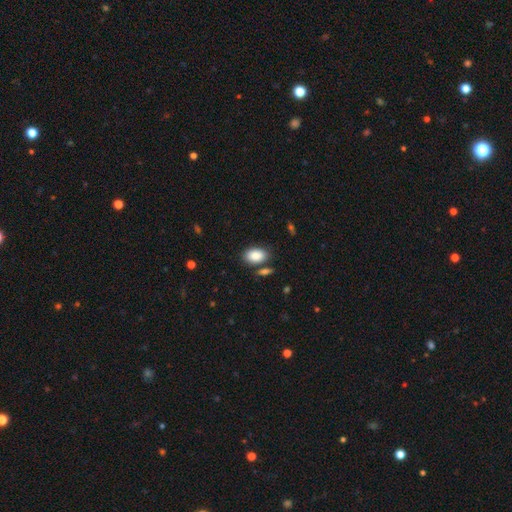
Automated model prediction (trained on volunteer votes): Smooth or featured: smooth — 89% (star or artifact — 7%)
How rounded: in between — 91% (round — 8%)
Merging: none — 78% (minor disturbance — 11%)